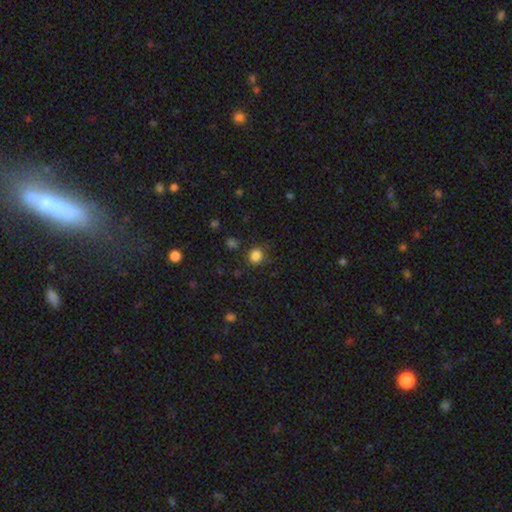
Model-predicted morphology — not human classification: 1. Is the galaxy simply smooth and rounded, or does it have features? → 83% smooth, 13% star or artifact, 4% featured or disk.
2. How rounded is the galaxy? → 84% round, 15% in between, 1% cigar-shaped.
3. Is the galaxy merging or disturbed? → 81% none, 12% minor disturbance, 4% major disturbance, 2% merger.